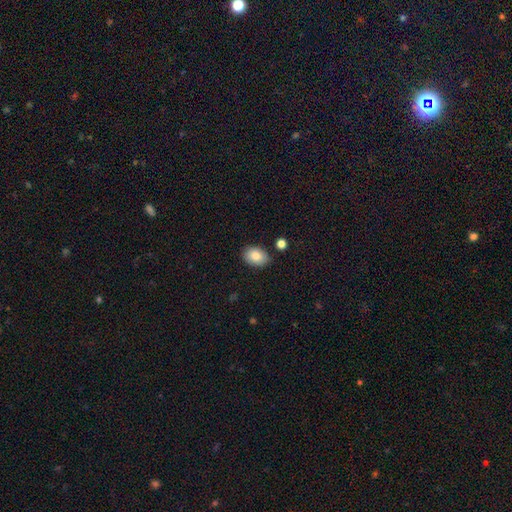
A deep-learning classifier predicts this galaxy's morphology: type=smooth (84%); roundness=in between (82%); merging=none (83%).